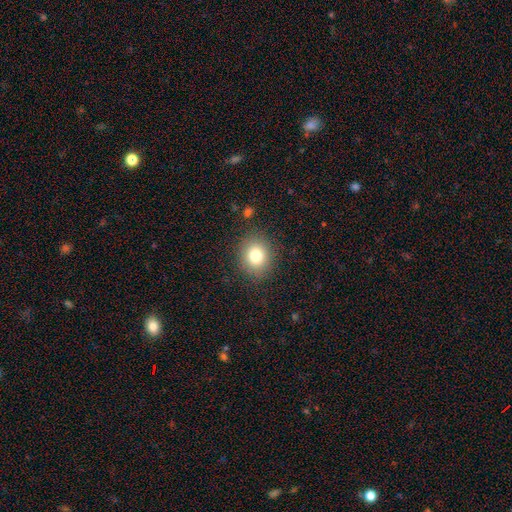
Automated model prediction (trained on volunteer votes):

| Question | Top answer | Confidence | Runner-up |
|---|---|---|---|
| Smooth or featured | smooth | 79% | star or artifact (11%) |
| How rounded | round | 71% | in between (28%) |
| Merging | none | 87% | minor disturbance (9%) |